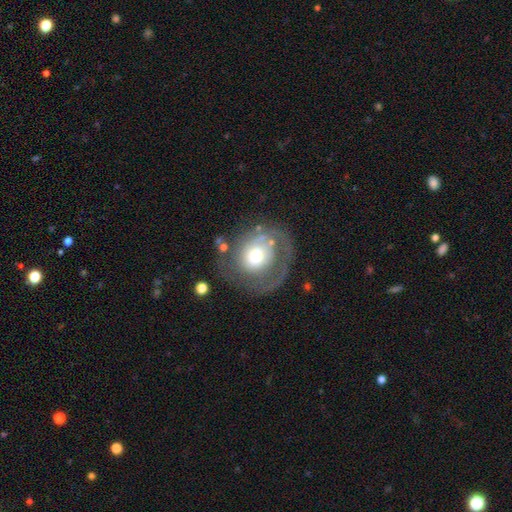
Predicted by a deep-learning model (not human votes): smooth_or_featured: featured or disk (p=0.60) [alt: smooth p=0.33]
disk_edge_on: no (p=0.96) [alt: yes p=0.04]
bar: no (p=0.77) [alt: weak p=0.18]
has_spiral_arms: yes (p=0.67) [alt: no p=0.33]
bulge_size: moderate (p=0.56) [alt: large p=0.23]
merging: none (p=0.58) [alt: major disturbance p=0.20]